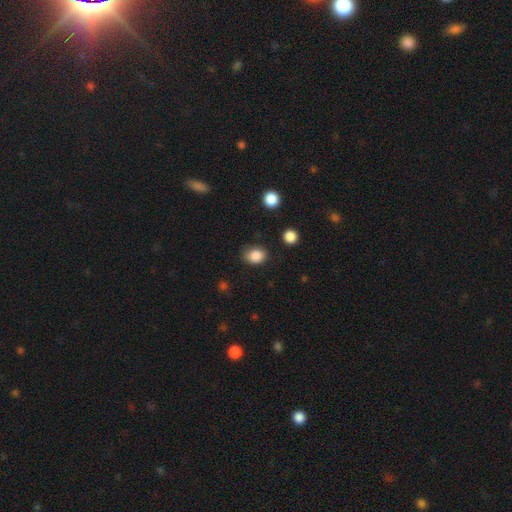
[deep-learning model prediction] This appears to be a smooth galaxy with no disk features (87%) that is round (50%). Merging: none (76%).